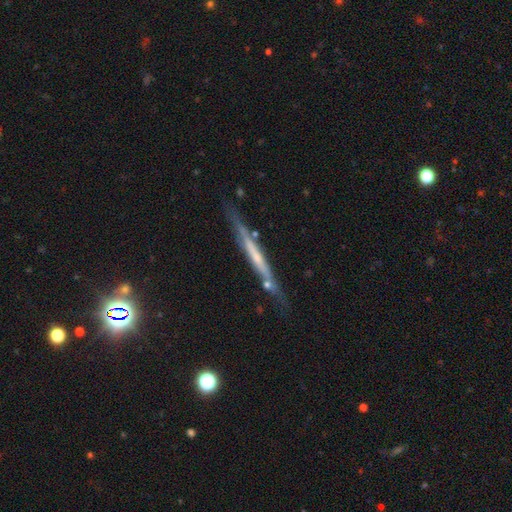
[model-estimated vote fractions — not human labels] featured or disk 68%, smooth 24%, star or artifact 7%. Down the decision tree: edge-on disk — yes (93%); edge-on bulge — none (68%); merging — none (74%).